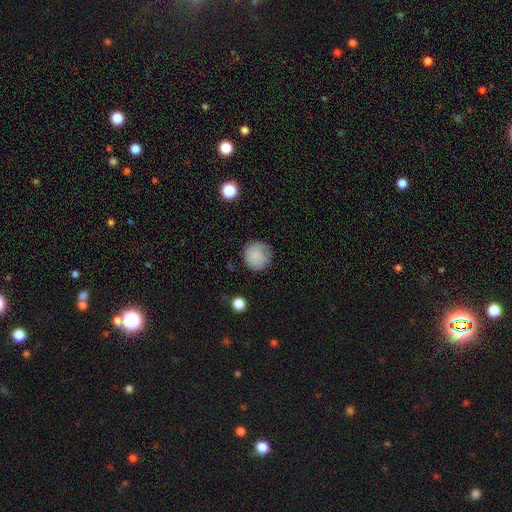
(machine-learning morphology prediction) Smooth or featured: smooth — 85% (star or artifact — 8%)
How rounded: round — 94% (in between — 6%)
Merging: none — 83% (minor disturbance — 12%)